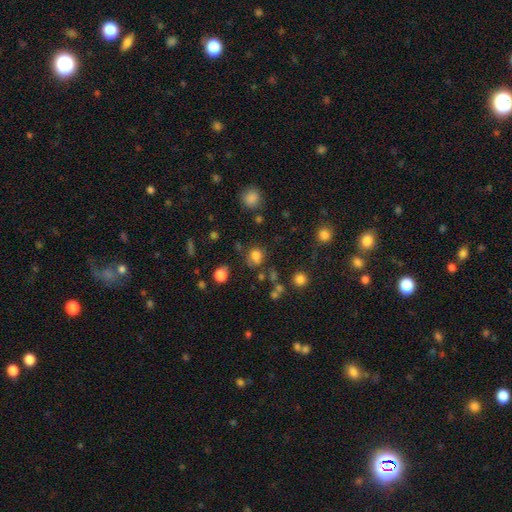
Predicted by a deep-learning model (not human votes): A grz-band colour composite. It shows a smooth galaxy with no disk features (77%) that is round (79%). Merging: none (69%).